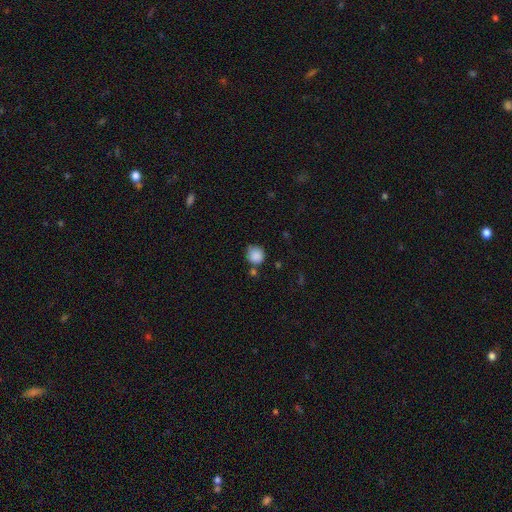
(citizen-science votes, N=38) A smooth galaxy with no disk features (87%) that is round (97%). Merging: none (76%).